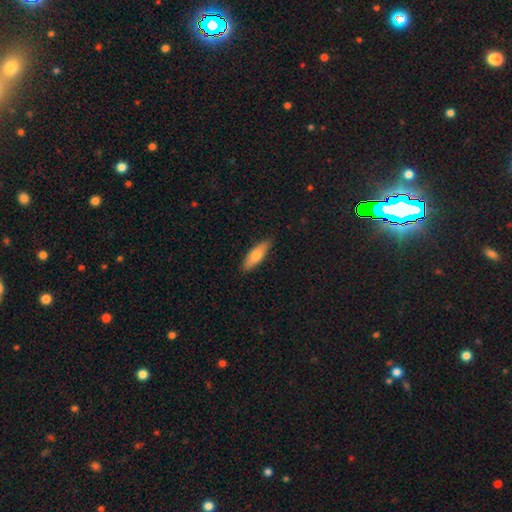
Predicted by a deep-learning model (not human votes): smooth 69%, featured or disk 25%, star or artifact 6%. Down the decision tree: how rounded — in between (53%); merging — none (88%).